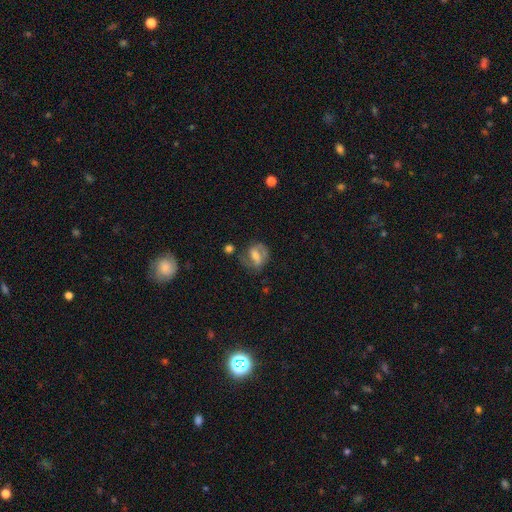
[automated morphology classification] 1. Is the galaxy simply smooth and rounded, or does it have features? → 58% featured or disk, 34% smooth, 8% star or artifact.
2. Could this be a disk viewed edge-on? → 95% no, 5% yes.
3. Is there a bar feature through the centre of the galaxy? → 39% weak, 38% strong, 23% no.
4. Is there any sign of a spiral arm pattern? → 72% yes, 28% no.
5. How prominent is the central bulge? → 53% moderate, 28% small, 11% large, 6% none, 2% dominant.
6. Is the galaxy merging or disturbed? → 54% none, 23% minor disturbance, 16% major disturbance, 7% merger.